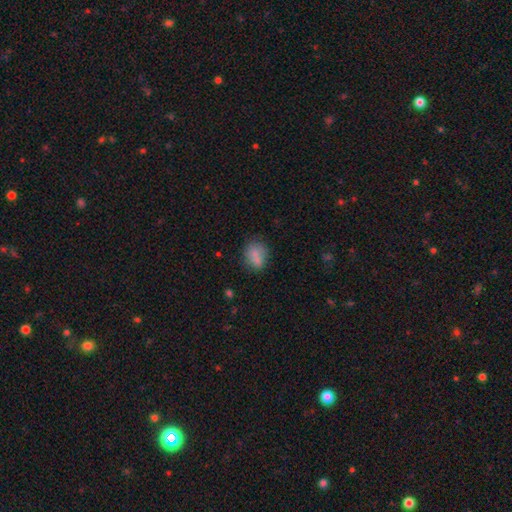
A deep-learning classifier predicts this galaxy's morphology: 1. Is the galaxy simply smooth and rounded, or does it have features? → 78% smooth, 12% featured or disk, 10% star or artifact.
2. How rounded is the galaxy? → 53% in between, 45% round, 2% cigar-shaped.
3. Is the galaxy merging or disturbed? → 62% none, 21% minor disturbance, 10% merger, 7% major disturbance.